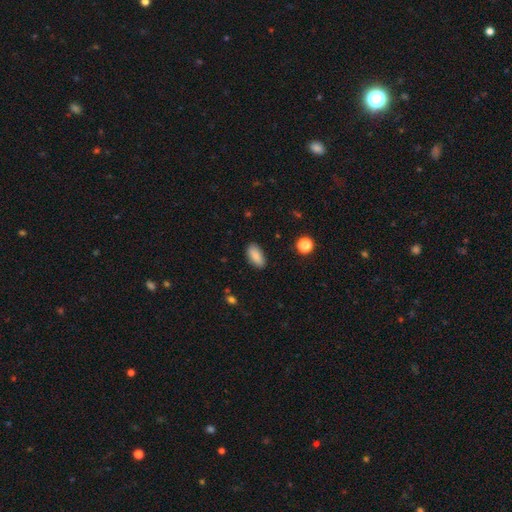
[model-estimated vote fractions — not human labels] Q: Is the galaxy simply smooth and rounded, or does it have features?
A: smooth — 88%.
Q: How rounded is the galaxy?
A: in between — 91%.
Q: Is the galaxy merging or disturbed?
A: none — 86%.